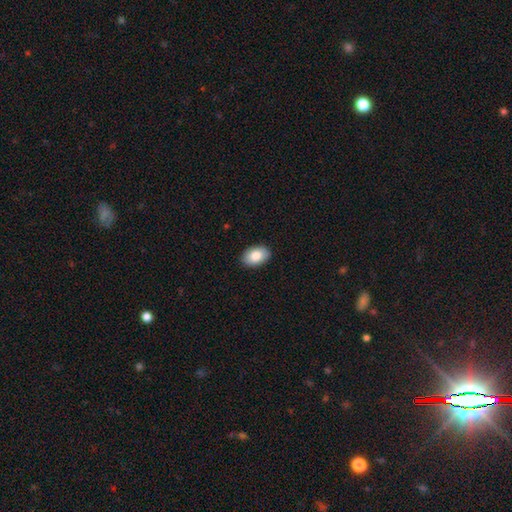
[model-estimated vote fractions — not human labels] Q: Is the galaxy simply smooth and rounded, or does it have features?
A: smooth — 84%.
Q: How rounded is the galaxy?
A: in between — 90%.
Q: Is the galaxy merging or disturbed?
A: none — 90%.